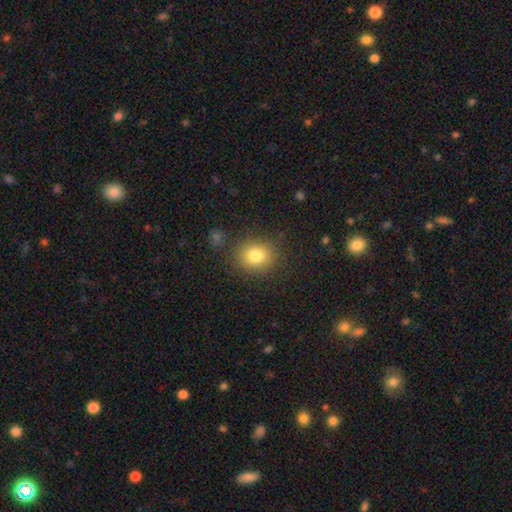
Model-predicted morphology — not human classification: smooth-or-featured: smooth: 81% | star or artifact: 11% | featured or disk: 8%
  how-rounded: round: 67% | in between: 32% | cigar-shaped: 1%
  merging: none: 84% | minor disturbance: 10% | major disturbance: 4% | merger: 3%